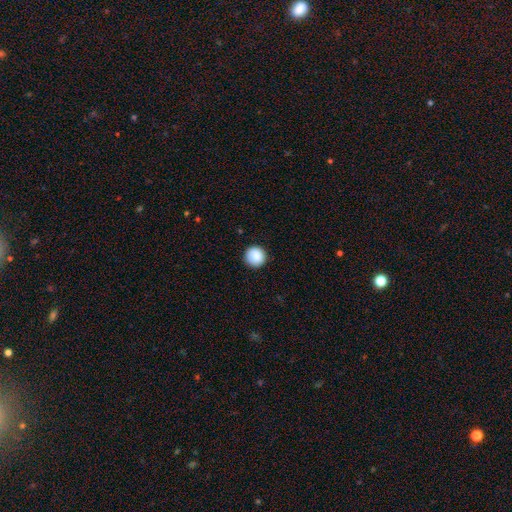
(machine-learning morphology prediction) Smooth or featured? Predicted: smooth (p=0.88). How rounded? Predicted: round (p=0.95). Merging? Predicted: none (p=0.90).